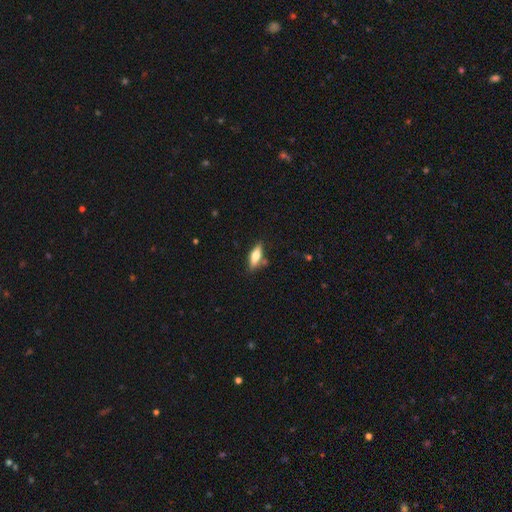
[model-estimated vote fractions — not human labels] smooth_or_featured: smooth (p=0.57) [alt: featured or disk p=0.37]
how_rounded: in between (p=0.58) [alt: cigar-shaped p=0.40]
merging: none (p=0.78) [alt: minor disturbance p=0.13]